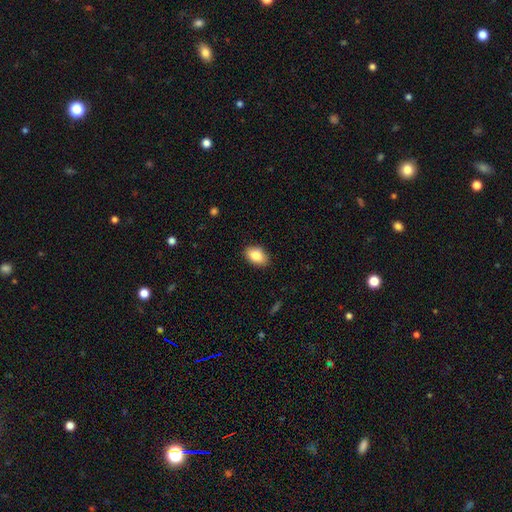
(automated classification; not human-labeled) Smooth or featured? Predicted: smooth (p=0.85). How rounded? Predicted: in between (p=0.86). Merging? Predicted: none (p=0.87).